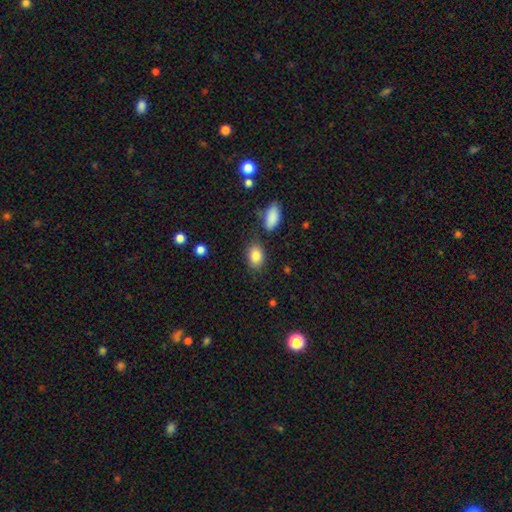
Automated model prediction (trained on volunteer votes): This appears to be a smooth galaxy with no disk features (85%) that is in between round and cigar-shaped (81%). Merging: none (77%).